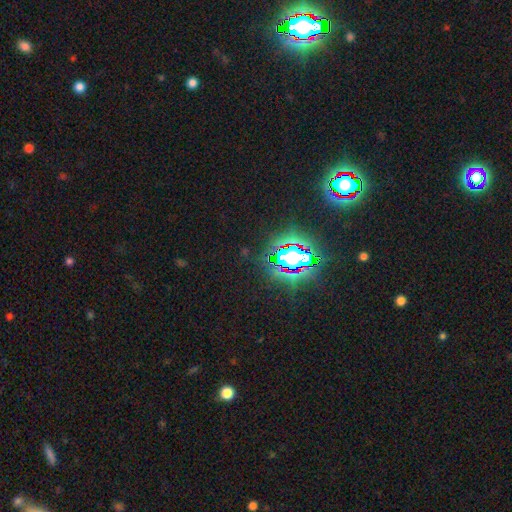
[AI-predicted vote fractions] Smooth or featured?
  - star or artifact: 83% *
  - smooth: 9%
  - featured or disk: 8%